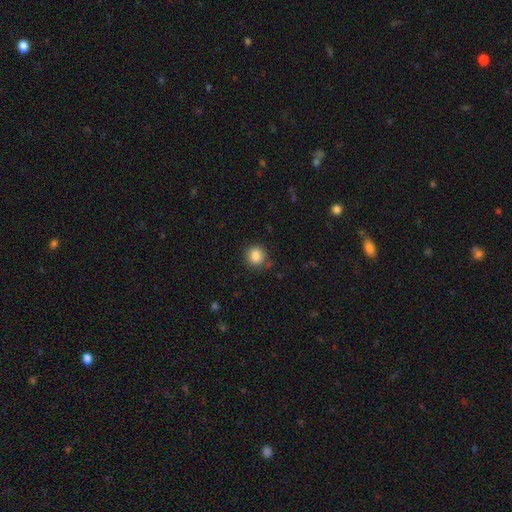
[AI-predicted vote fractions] This is clearly a smooth galaxy (86%). How rounded: clearly round (82%). Merging: clearly none (83%).